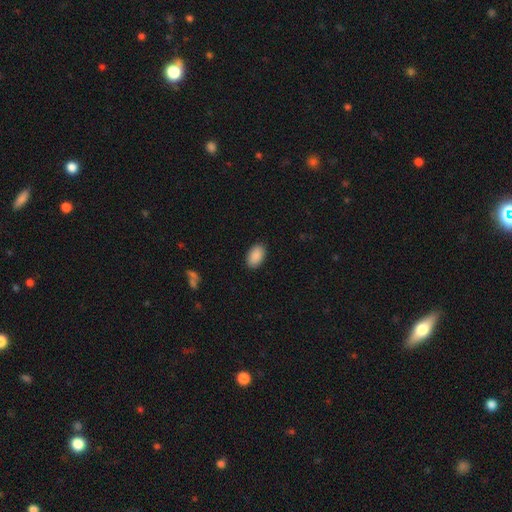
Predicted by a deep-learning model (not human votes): smooth_or_featured: smooth (p=0.91) [alt: star or artifact p=0.07]
how_rounded: in between (p=0.93) [alt: round p=0.06]
merging: none (p=0.90) [alt: minor disturbance p=0.08]